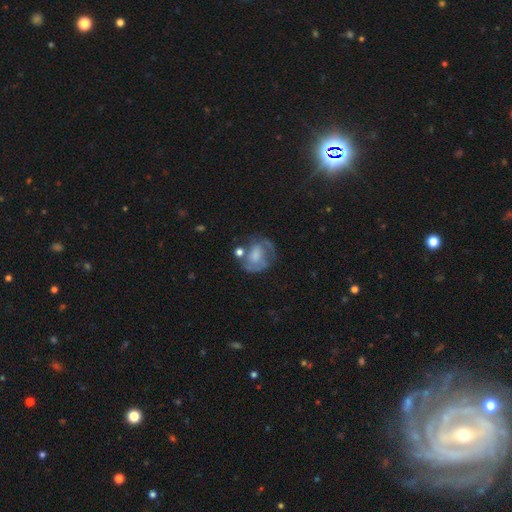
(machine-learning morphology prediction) Smooth or featured?
  - featured or disk: 49% *
  - smooth: 42%
  - star or artifact: 9%
Merging?
  - none: 39% *
  - major disturbance: 26%
  - minor disturbance: 23%
  - merger: 13%